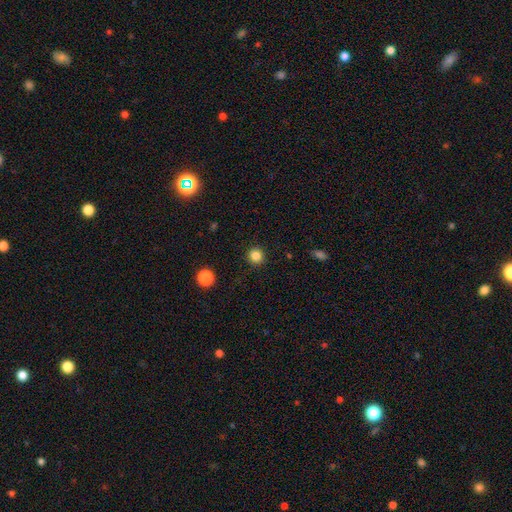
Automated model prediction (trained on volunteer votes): smooth_or_featured: smooth (p=0.84) [alt: star or artifact p=0.12]
how_rounded: round (p=0.94) [alt: in between p=0.05]
merging: none (p=0.92) [alt: minor disturbance p=0.05]